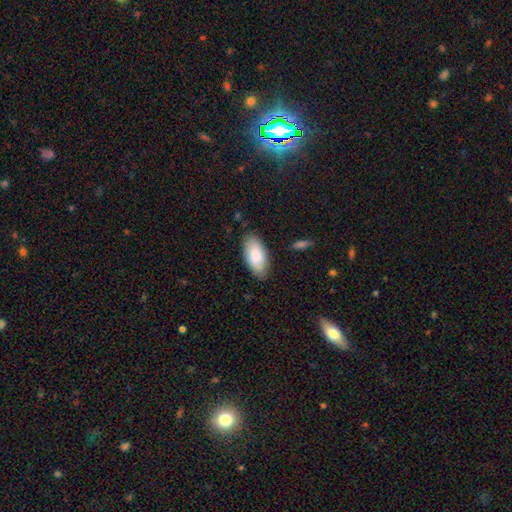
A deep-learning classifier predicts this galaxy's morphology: The model was most divided on "smooth or featured": smooth: 80%, featured or disk: 14%, star or artifact: 6%. More confident: how rounded — in between (93%); merging — none (82%).